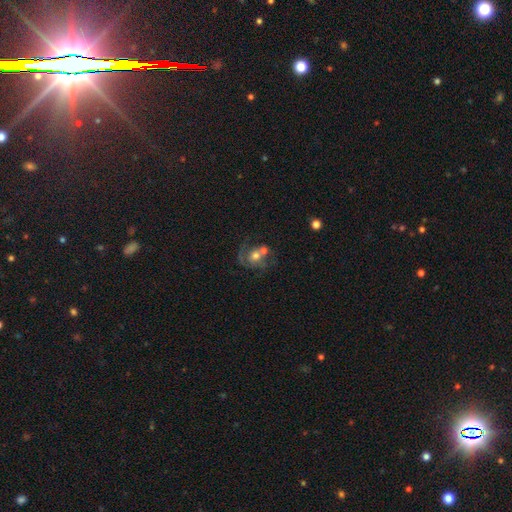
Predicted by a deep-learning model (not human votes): This appears to be a featured or disk galaxy (56%) with no bar (82%), spiral arms (65%) and a moderate central bulge (61%). Merging: merger (42%).